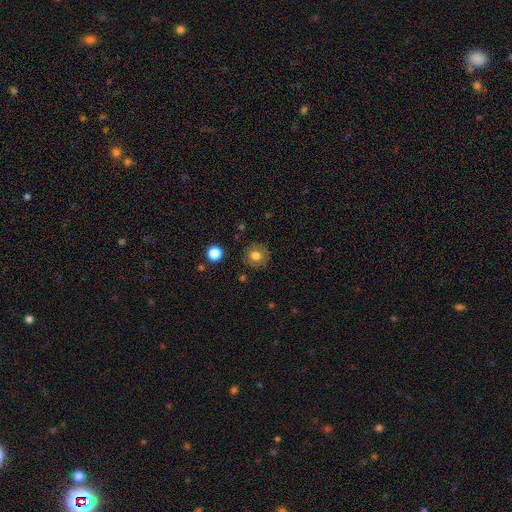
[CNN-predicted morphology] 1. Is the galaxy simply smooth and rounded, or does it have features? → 78% smooth, 12% star or artifact, 10% featured or disk.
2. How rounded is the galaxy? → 92% round, 7% in between, 1% cigar-shaped.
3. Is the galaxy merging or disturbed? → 86% none, 10% minor disturbance, 3% major disturbance, 2% merger.